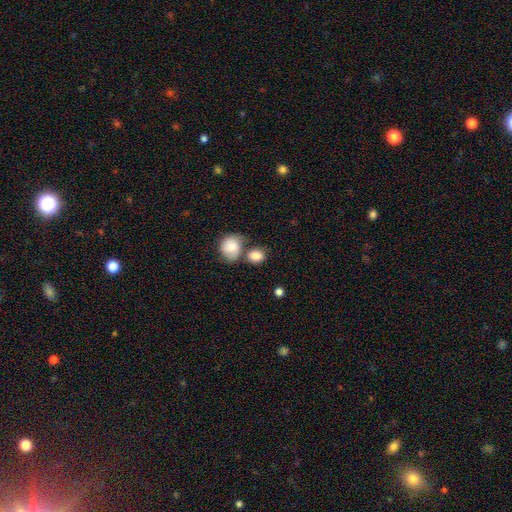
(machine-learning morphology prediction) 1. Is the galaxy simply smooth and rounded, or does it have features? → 85% smooth, 8% featured or disk, 7% star or artifact.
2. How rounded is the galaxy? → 51% round, 47% in between, 1% cigar-shaped.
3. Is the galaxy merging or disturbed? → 45% none, 35% merger, 14% minor disturbance, 6% major disturbance.